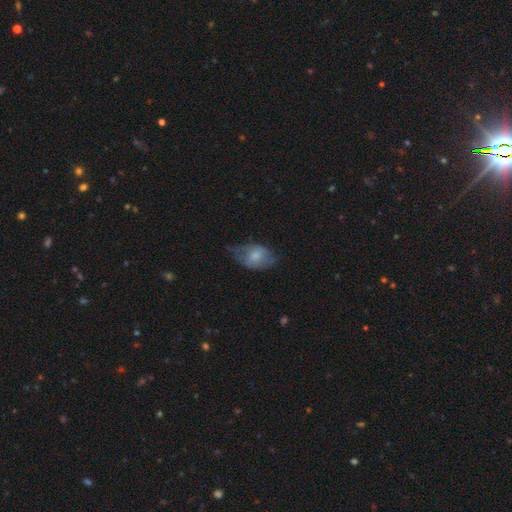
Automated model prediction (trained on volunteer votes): A smooth galaxy with no disk features (59%) that is in between round and cigar-shaped (82%). Merging: none (43%).